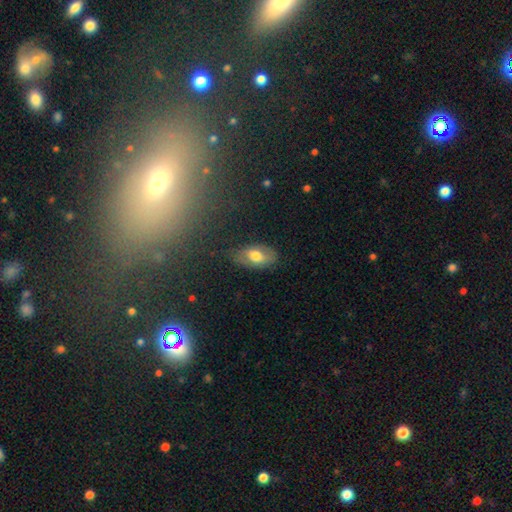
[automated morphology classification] A smooth galaxy with no disk features (63%) that is in between round and cigar-shaped (92%).

Vote fractions:
- Smooth or featured? smooth: 63% / featured or disk: 29% / star or artifact: 8%
- How rounded? in between: 92% / round: 5% / cigar-shaped: 2%
- Merging? none: 74% / minor disturbance: 19% / major disturbance: 5% / merger: 2%